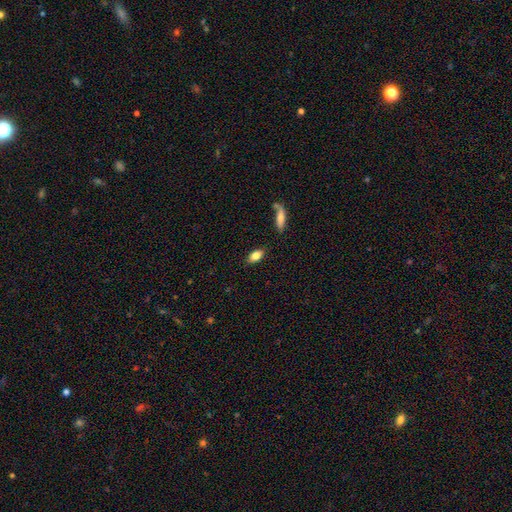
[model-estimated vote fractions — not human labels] Smooth or featured? smooth (81%)
How rounded? in between (87%)
Merging? none (85%)